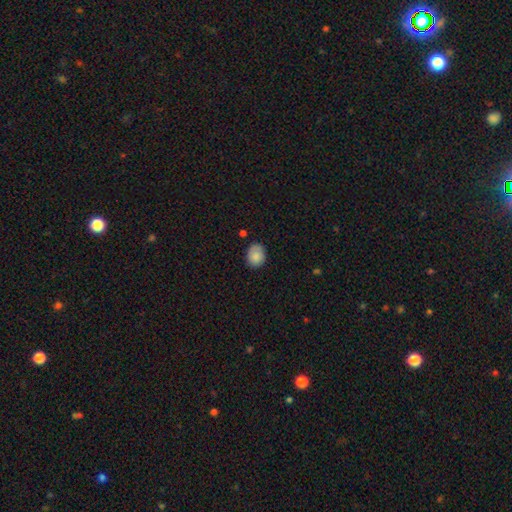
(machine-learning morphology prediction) This is clearly a smooth galaxy (84%). How rounded: possibly round (52%). Merging: likely none (77%).